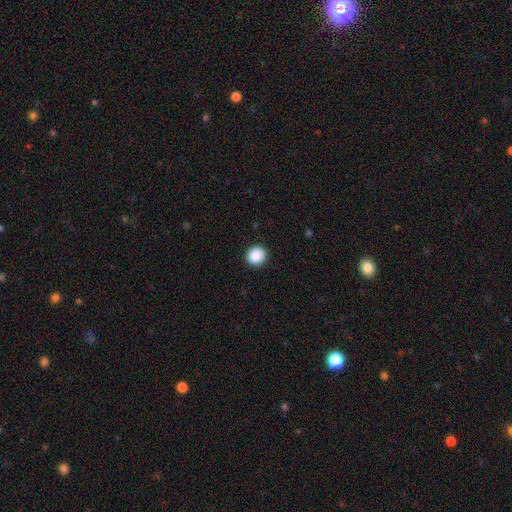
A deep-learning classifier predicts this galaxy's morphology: Q: Smooth or featured?
A: smooth (89%); runner-up: star or artifact (9%)
Q: How rounded?
A: round (91%); runner-up: in between (8%)
Q: Merging?
A: none (92%); runner-up: minor disturbance (5%)